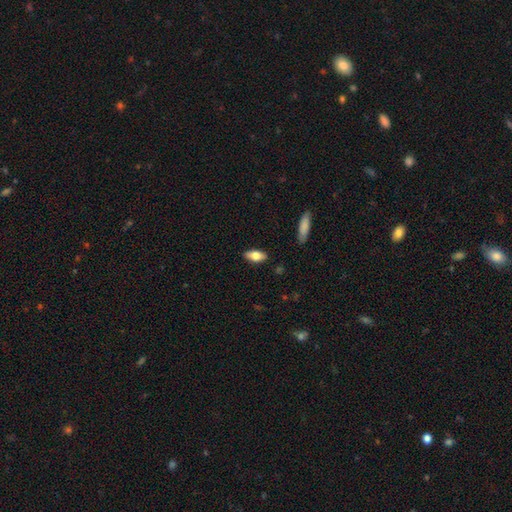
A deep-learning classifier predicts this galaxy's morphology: Q: Smooth or featured?
A: smooth (70%); runner-up: featured or disk (23%)
Q: How rounded?
A: in between (82%); runner-up: cigar-shaped (15%)
Q: Merging?
A: none (87%); runner-up: minor disturbance (10%)